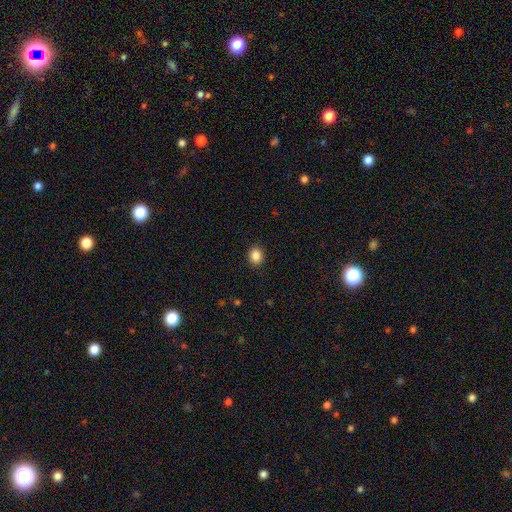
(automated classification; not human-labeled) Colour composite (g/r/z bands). It shows a smooth galaxy with no disk features (87%) that is round (67%). Merging: none (91%).